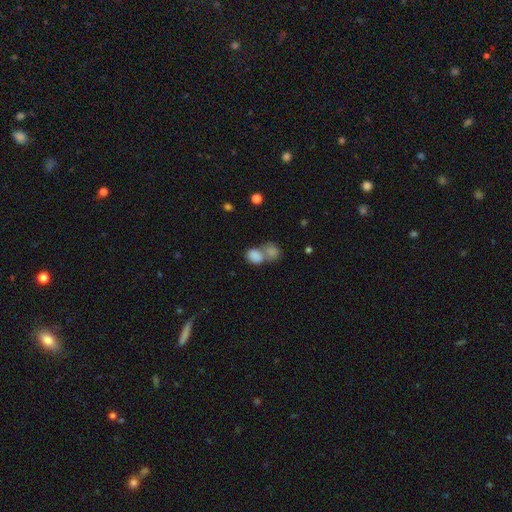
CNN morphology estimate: A smooth galaxy with no disk features (83%) that is in between round and cigar-shaped (60%). Merging: merger (65%).